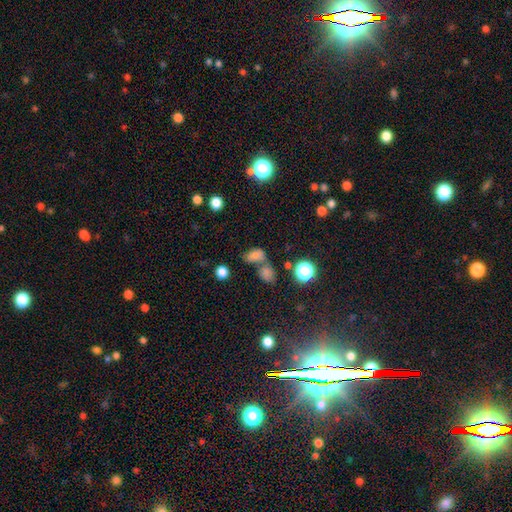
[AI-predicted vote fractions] A smooth galaxy with no disk features (72%) that is in between round and cigar-shaped (81%).

Vote fractions:
- Smooth or featured? smooth: 72% / star or artifact: 18% / featured or disk: 10%
- How rounded? in between: 81% / round: 17% / cigar-shaped: 3%
- Merging? merger: 49% / none: 32% / minor disturbance: 11% / major disturbance: 7%